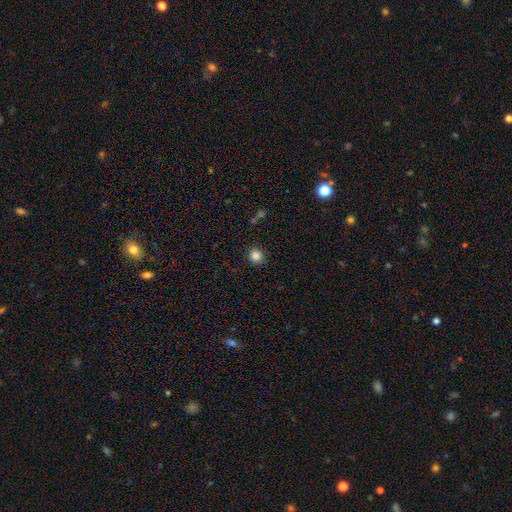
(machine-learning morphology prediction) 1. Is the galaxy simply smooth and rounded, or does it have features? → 84% smooth, 12% star or artifact, 4% featured or disk.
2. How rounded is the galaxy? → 89% round, 10% in between, 1% cigar-shaped.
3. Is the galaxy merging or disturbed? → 89% none, 7% minor disturbance, 2% major disturbance, 2% merger.